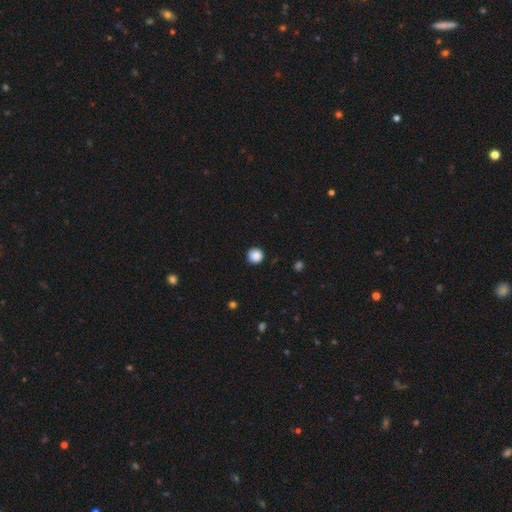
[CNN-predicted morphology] smooth_or_featured: smooth (p=0.88) [alt: star or artifact p=0.10]
how_rounded: round (p=0.96) [alt: in between p=0.03]
merging: none (p=0.92) [alt: minor disturbance p=0.06]